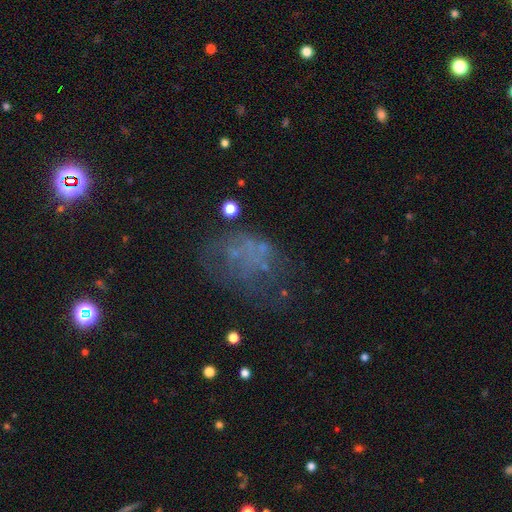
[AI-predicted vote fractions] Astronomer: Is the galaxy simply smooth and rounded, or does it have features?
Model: featured or disk — 45% (runner-up: smooth, 31%).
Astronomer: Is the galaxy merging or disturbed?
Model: none — 44% (runner-up: major disturbance, 30%).